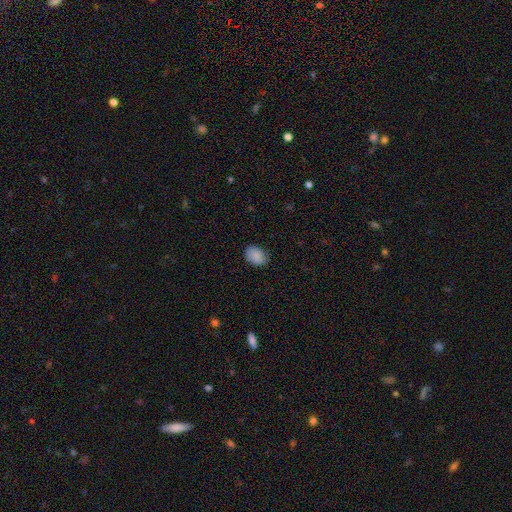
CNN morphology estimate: Q: Smooth or featured?
A: smooth (87%); runner-up: star or artifact (7%)
Q: How rounded?
A: in between (69%); runner-up: round (30%)
Q: Merging?
A: none (79%); runner-up: minor disturbance (17%)